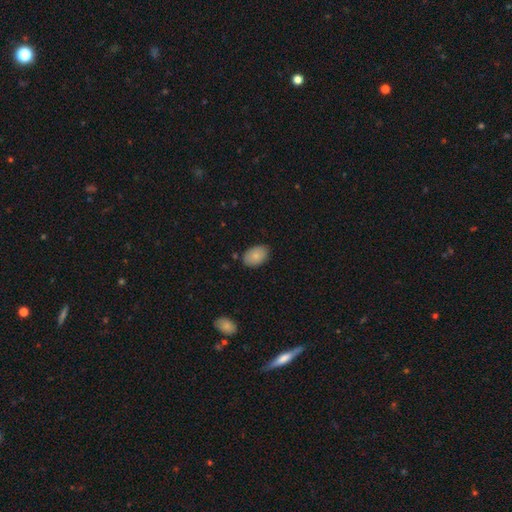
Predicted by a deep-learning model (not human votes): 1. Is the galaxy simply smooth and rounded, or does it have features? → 84% smooth, 9% featured or disk, 7% star or artifact.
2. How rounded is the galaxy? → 88% in between, 11% round, 1% cigar-shaped.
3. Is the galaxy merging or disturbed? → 84% none, 13% minor disturbance, 2% major disturbance, 1% merger.